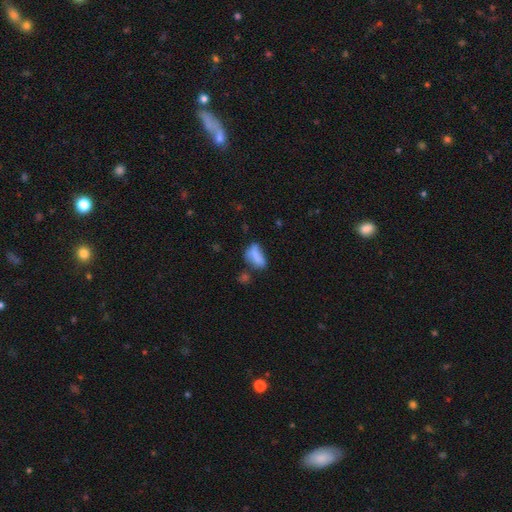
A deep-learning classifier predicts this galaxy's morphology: This appears to be a smooth galaxy with no disk features (72%) that is in between round and cigar-shaped (84%). Merging: none (34%).